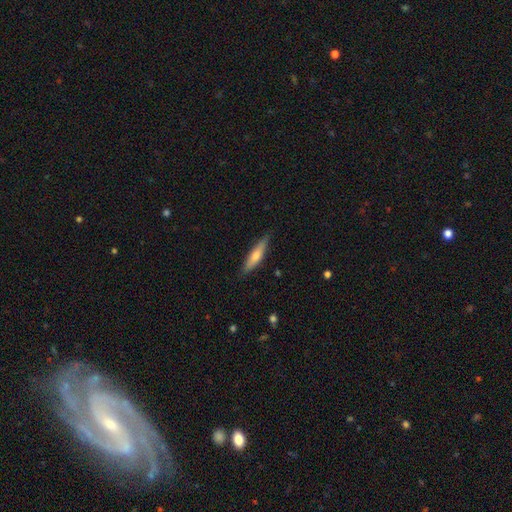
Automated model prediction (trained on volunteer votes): smooth_or_featured: smooth (p=0.64) [alt: featured or disk p=0.30]
how_rounded: cigar-shaped (p=0.78) [alt: in between p=0.21]
merging: none (p=0.85) [alt: minor disturbance p=0.12]